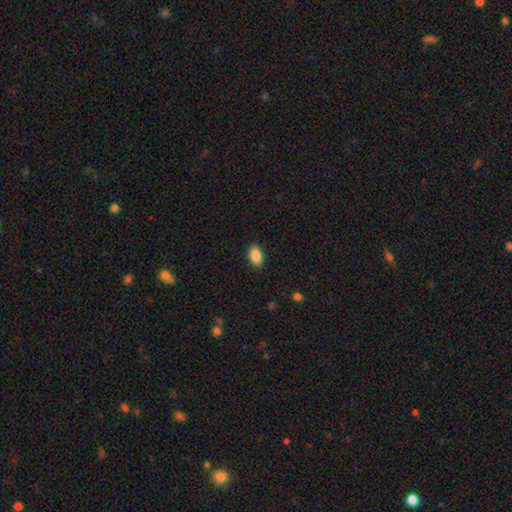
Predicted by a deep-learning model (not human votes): Smooth or featured? Predicted: smooth (p=0.87). How rounded? Predicted: in between (p=0.90). Merging? Predicted: none (p=0.88).